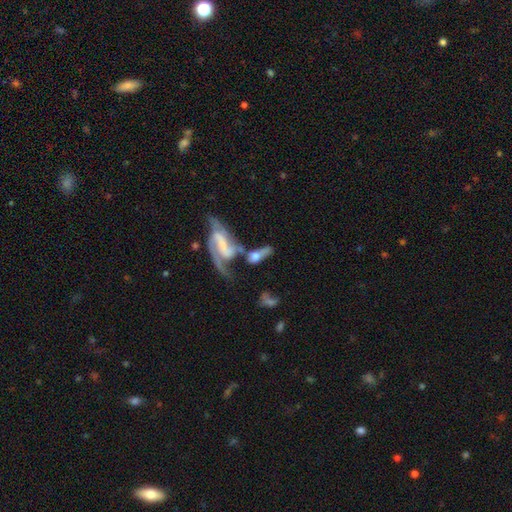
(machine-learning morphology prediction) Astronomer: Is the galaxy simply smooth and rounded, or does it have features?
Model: featured or disk — 56% (runner-up: smooth, 36%).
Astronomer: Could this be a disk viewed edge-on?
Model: no — 74%.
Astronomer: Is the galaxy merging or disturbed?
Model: merger — 46% (runner-up: none, 27%).